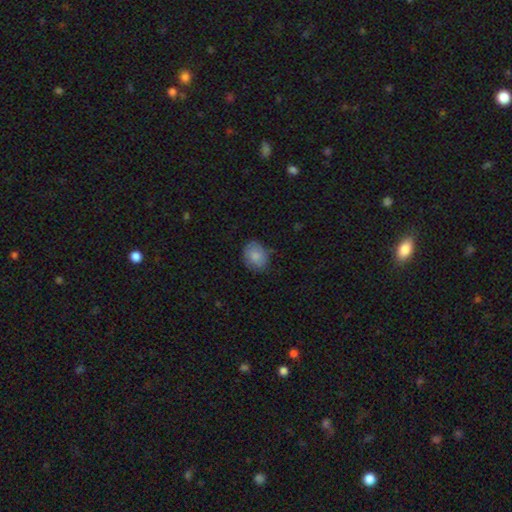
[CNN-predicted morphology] type=smooth (82%); roundness=in between (62%); merging=none (73%).